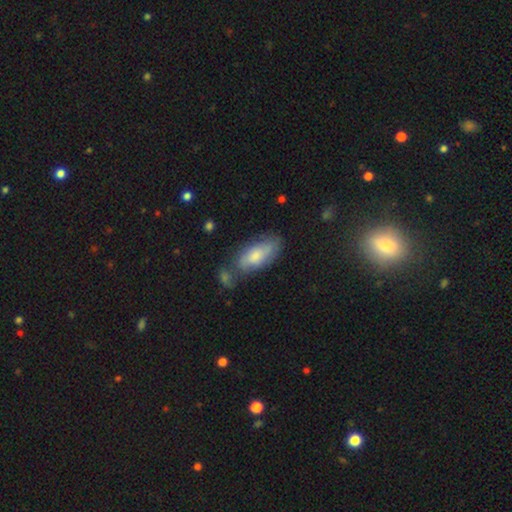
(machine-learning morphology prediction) smooth_or_featured: smooth (p=0.69) [alt: featured or disk p=0.25]
how_rounded: in between (p=0.82) [alt: cigar-shaped p=0.15]
merging: none (p=0.57) [alt: minor disturbance p=0.24]